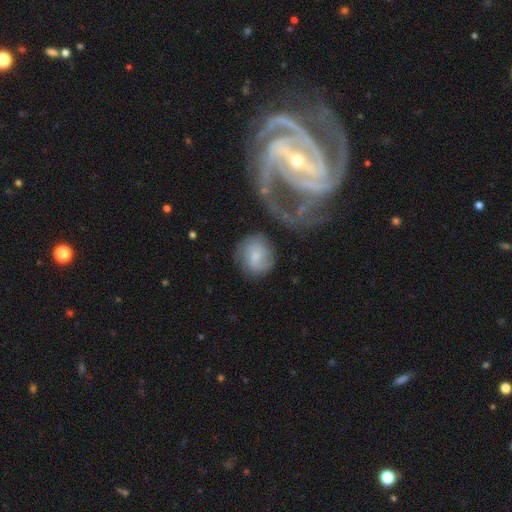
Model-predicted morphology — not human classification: smooth_or_featured: smooth (p=0.51) [alt: featured or disk p=0.41]
how_rounded: round (p=0.76) [alt: in between p=0.23]
merging: none (p=0.67) [alt: minor disturbance p=0.19]